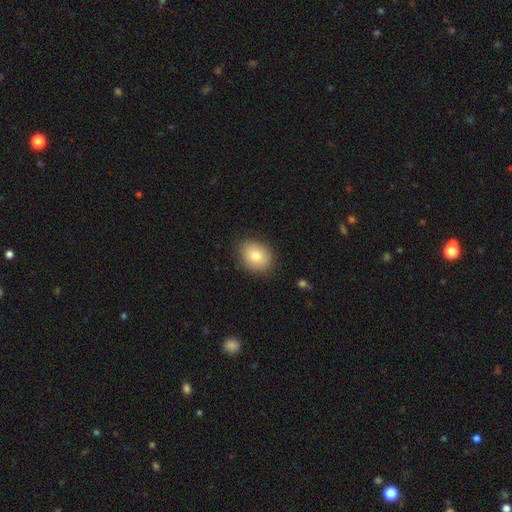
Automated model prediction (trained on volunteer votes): smooth-or-featured: smooth: 79% | featured or disk: 12% | star or artifact: 9%
  how-rounded: in between: 57% | round: 42% | cigar-shaped: 1%
  merging: none: 86% | minor disturbance: 10% | major disturbance: 2% | merger: 1%